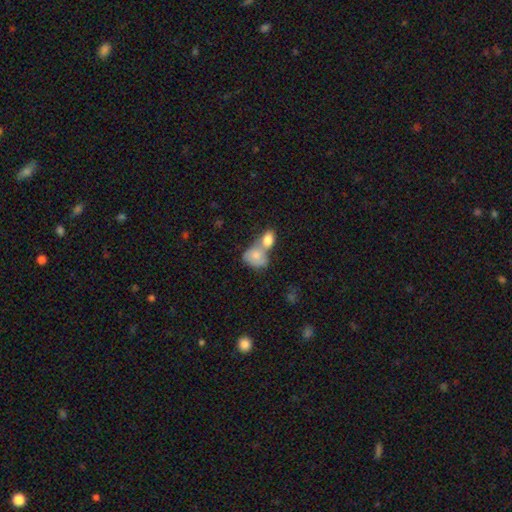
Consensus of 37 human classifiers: smooth-or-featured: smooth: 78% | featured or disk: 16% | star or artifact: 5%
  how-rounded: in between: 76% | round: 24% | cigar-shaped: 0%
  merging: merger: 89% | major disturbance: 6% | none: 3% | minor disturbance: 3%